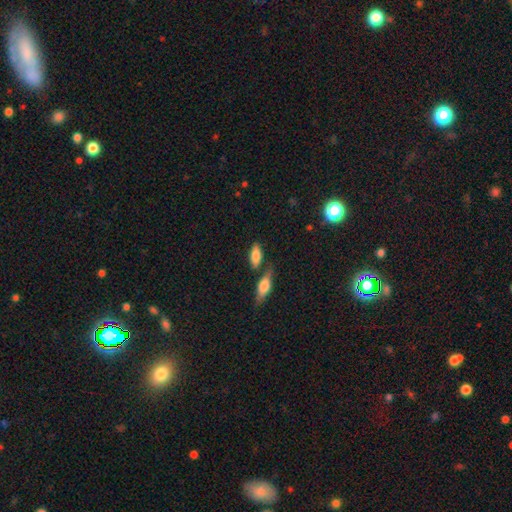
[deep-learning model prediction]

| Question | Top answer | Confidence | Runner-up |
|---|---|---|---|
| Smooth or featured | smooth | 77% | featured or disk (16%) |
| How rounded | in between | 81% | cigar-shaped (15%) |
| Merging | none | 64% | merger (17%) |